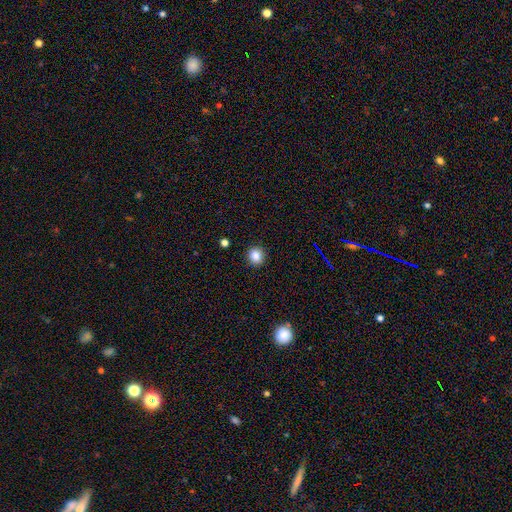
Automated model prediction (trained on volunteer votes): This is clearly a smooth galaxy (85%). How rounded: clearly round (83%). Merging: clearly none (90%).